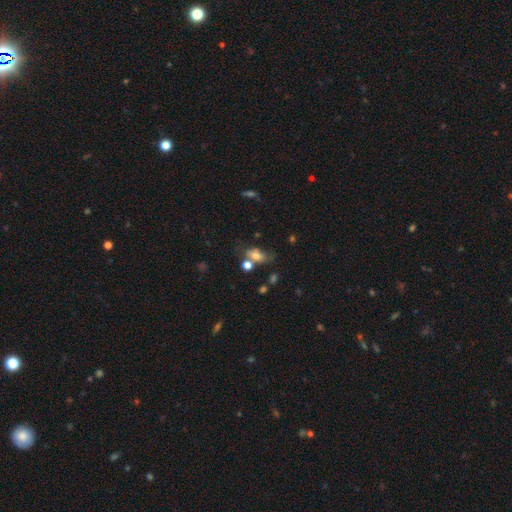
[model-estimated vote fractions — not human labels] Smooth or featured? Predicted: smooth (p=0.68). How rounded? Predicted: in between (p=0.80). Merging? Predicted: none (p=0.40).